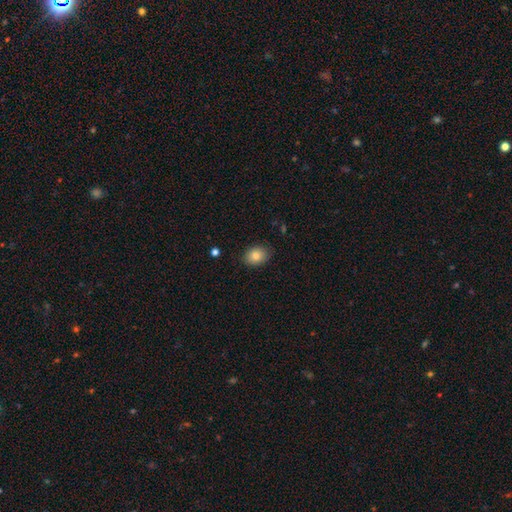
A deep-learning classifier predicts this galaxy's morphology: The model was most divided on "how rounded": in between: 65%, round: 34%, cigar-shaped: 1%. More confident: merging — none (85%); smooth or featured — smooth (83%).